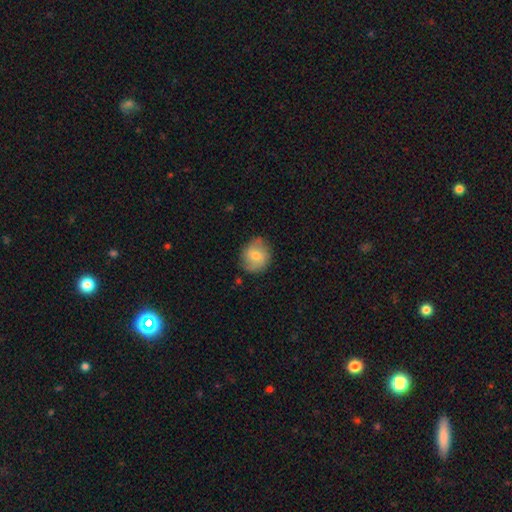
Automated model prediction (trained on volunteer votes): smooth 70%, featured or disk 22%, star or artifact 8%. Down the decision tree: how rounded — round (67%); merging — none (77%).